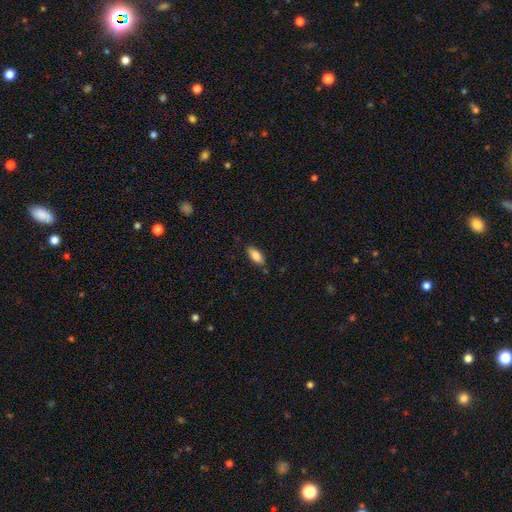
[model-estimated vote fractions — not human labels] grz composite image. It shows a smooth galaxy with no disk features (86%) that is in between round and cigar-shaped (88%). Merging: none (82%).